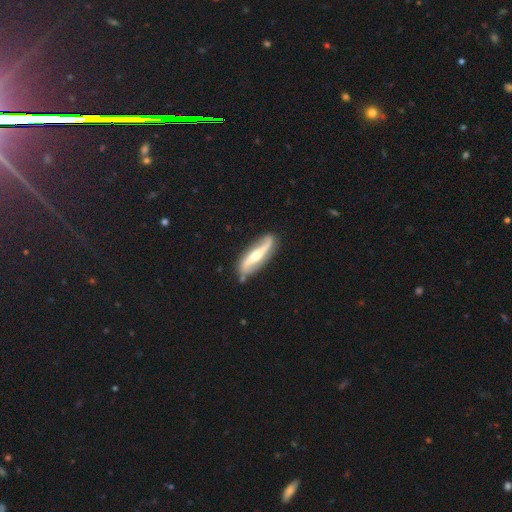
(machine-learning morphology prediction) Smooth or featured? Predicted: featured or disk (p=0.80). Edge-on disk? Predicted: no (p=0.73). Bar? Predicted: strong (p=0.49). Spiral arms? Predicted: yes (p=0.91). Spiral winding? Predicted: loose (p=0.71). Spiral arm count? Predicted: 2 (p=0.91). Bulge size? Predicted: moderate (p=0.64). Merging? Predicted: none (p=0.80).